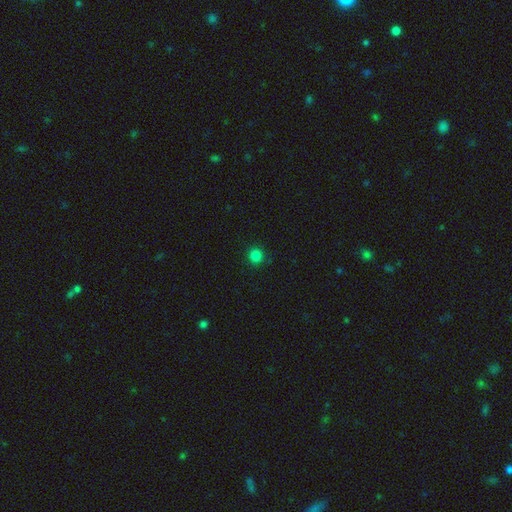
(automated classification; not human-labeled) Smooth or featured: smooth — 83% (star or artifact — 14%)
How rounded: round — 94% (in between — 5%)
Merging: none — 91% (minor disturbance — 6%)